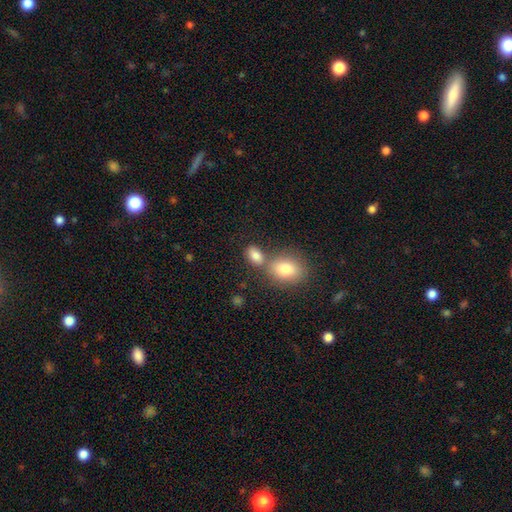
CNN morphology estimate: Smooth or featured?
  - smooth: 83% *
  - star or artifact: 10%
  - featured or disk: 8%
How rounded?
  - in between: 83% *
  - round: 14%
  - cigar-shaped: 2%
Merging?
  - none: 51% *
  - merger: 33%
  - minor disturbance: 11%
  - major disturbance: 4%